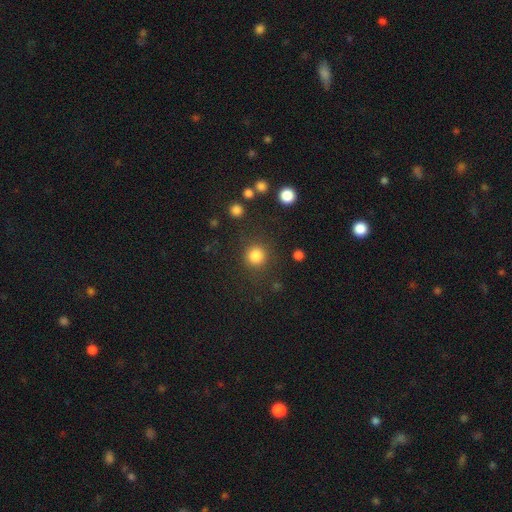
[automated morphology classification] Overall: smooth (84%). How rounded: round (93%). Merging: none (84%).